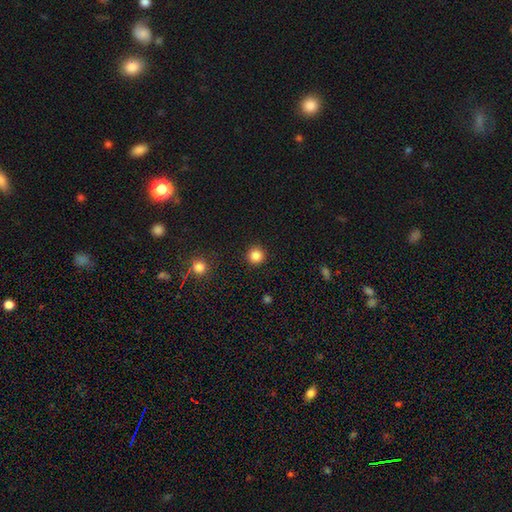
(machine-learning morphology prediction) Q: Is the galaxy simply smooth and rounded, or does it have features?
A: smooth — 86%.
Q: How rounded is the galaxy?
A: round — 96%.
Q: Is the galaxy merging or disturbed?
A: none — 92%.